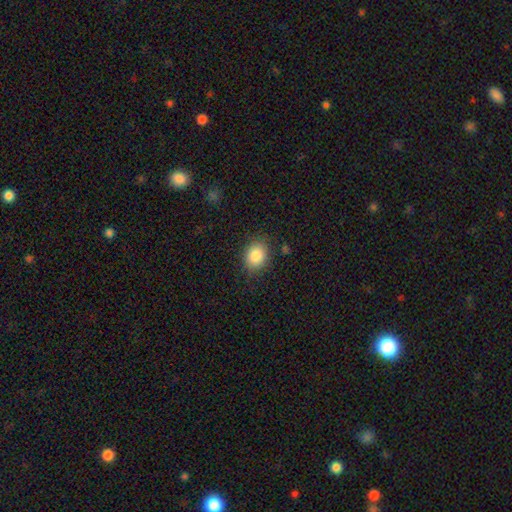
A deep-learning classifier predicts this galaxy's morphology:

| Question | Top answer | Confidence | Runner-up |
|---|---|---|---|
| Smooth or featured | smooth | 85% | star or artifact (9%) |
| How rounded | round | 51% | in between (48%) |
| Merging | none | 83% | minor disturbance (12%) |